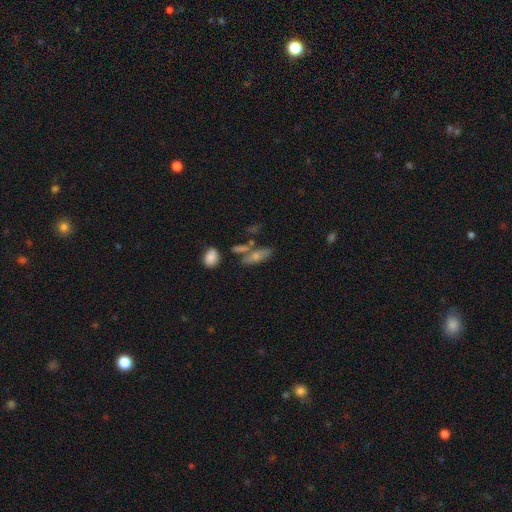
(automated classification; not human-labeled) A smooth galaxy with no disk features (61%) that is in between round and cigar-shaped (63%). Merging: none (55%).